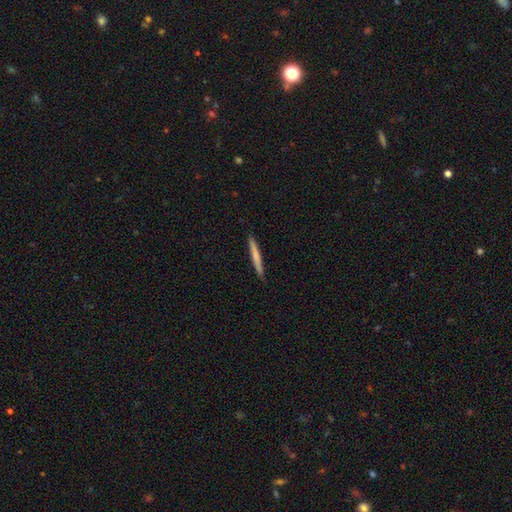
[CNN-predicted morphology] type=smooth (68%); roundness=cigar-shaped (97%); merging=none (91%).